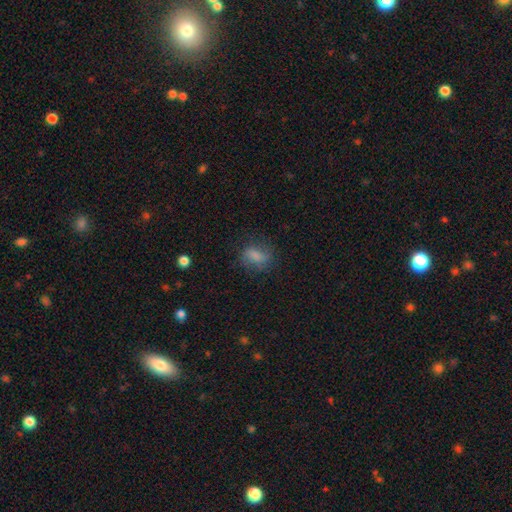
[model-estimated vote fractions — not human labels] Morphology: type=smooth (72%); roundness=in between (66%); merging=none (67%).